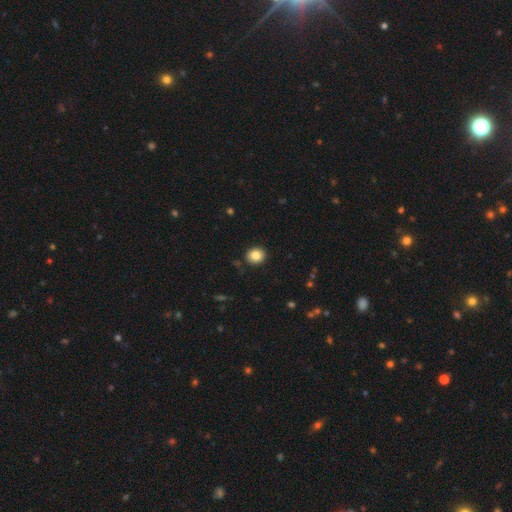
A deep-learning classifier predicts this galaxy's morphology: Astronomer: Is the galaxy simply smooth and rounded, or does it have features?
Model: smooth — 84%.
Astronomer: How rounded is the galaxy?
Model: round — 80%.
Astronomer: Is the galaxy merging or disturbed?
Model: none — 90%.